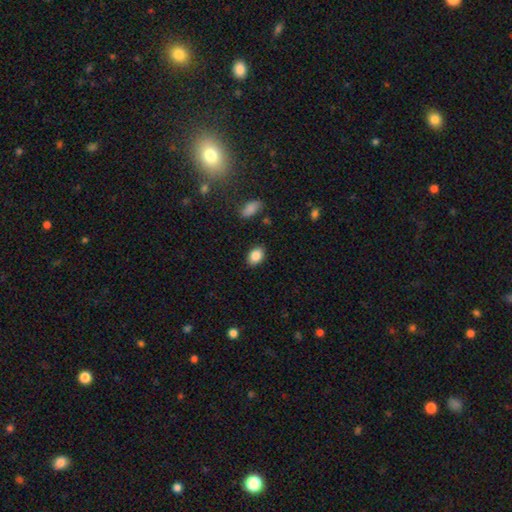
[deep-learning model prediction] smooth 87%, star or artifact 8%, featured or disk 5%. Down the decision tree: how rounded — in between (79%); merging — none (87%).